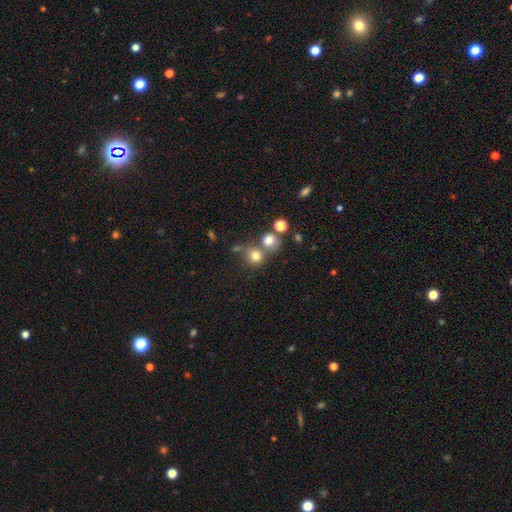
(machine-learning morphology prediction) Smooth or featured? Predicted: smooth (p=0.76). How rounded? Predicted: round (p=0.85). Merging? Predicted: none (p=0.49).